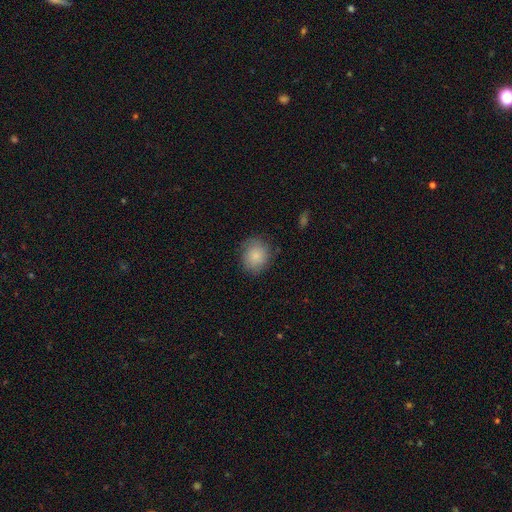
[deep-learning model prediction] Smooth or featured? smooth (82%)
How rounded? round (78%)
Merging? none (78%)